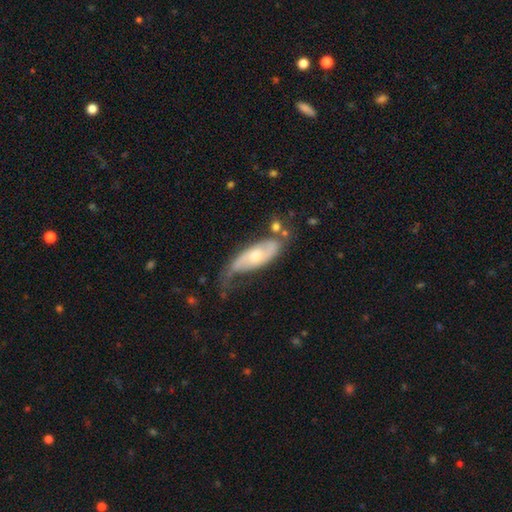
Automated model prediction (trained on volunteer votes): Morphology: type=featured or disk (63%); edge-on=no (82%); bar=no (72%); spiral arms=yes (71%); bulge=moderate (66%); merging=none (40%).